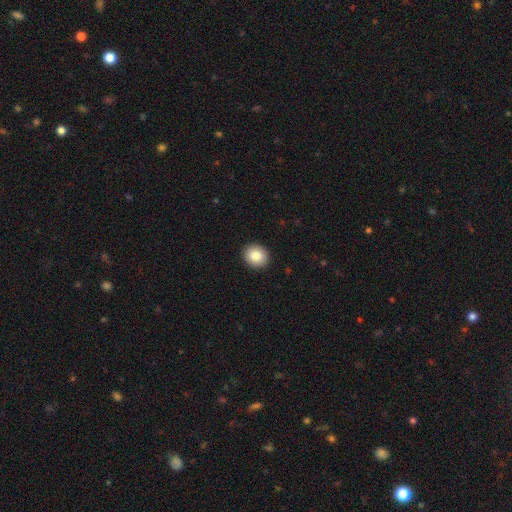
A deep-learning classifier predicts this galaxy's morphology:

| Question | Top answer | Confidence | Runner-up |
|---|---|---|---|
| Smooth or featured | smooth | 84% | star or artifact (8%) |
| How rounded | round | 73% | in between (27%) |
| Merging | none | 92% | minor disturbance (5%) |